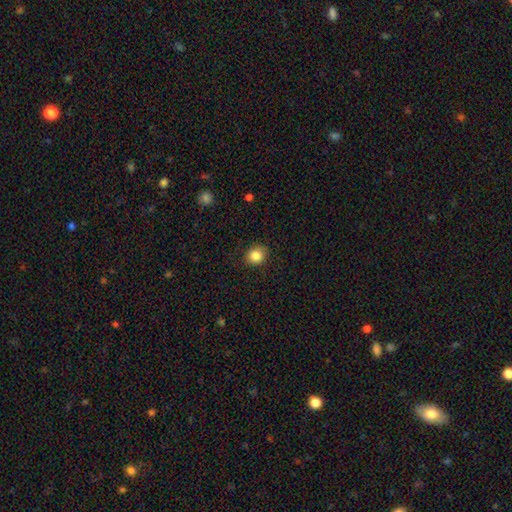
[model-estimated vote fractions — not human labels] smooth-or-featured: smooth: 85% | star or artifact: 10% | featured or disk: 5%
  how-rounded: round: 75% | in between: 25% | cigar-shaped: 1%
  merging: none: 87% | minor disturbance: 10% | major disturbance: 2% | merger: 1%